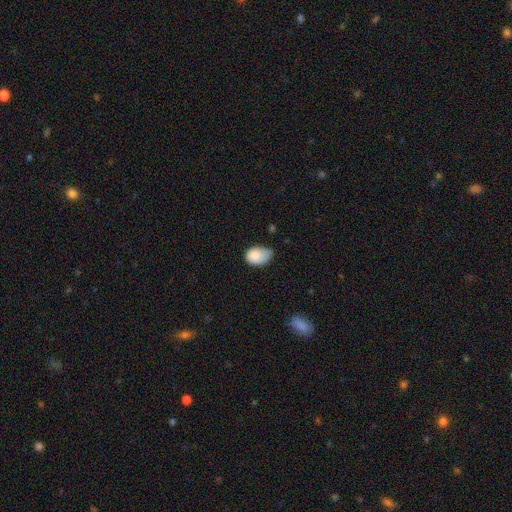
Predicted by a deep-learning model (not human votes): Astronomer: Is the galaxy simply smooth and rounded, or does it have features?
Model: smooth — 84%.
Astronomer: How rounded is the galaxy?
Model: in between — 80%.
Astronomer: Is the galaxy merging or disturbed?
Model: minor disturbance — 51% (runner-up: none, 29%).